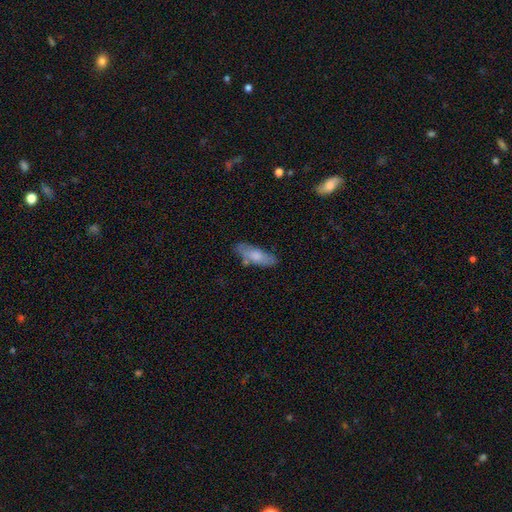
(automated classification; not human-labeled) Morphology: type=smooth (70%); roundness=in between (57%); merging=none (70%).